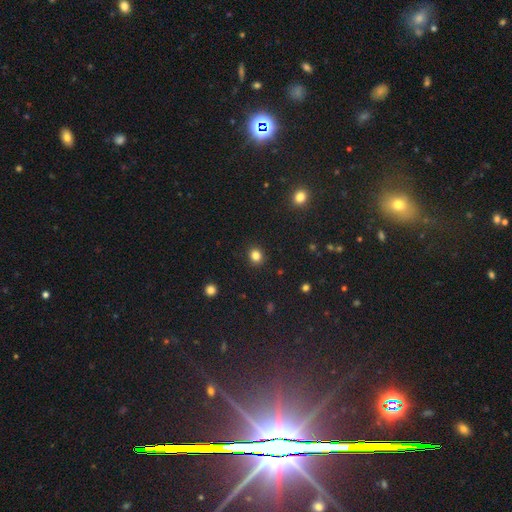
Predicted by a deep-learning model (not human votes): Smooth or featured: smooth — 83% (star or artifact — 13%)
How rounded: round — 82% (in between — 17%)
Merging: none — 91% (minor disturbance — 6%)